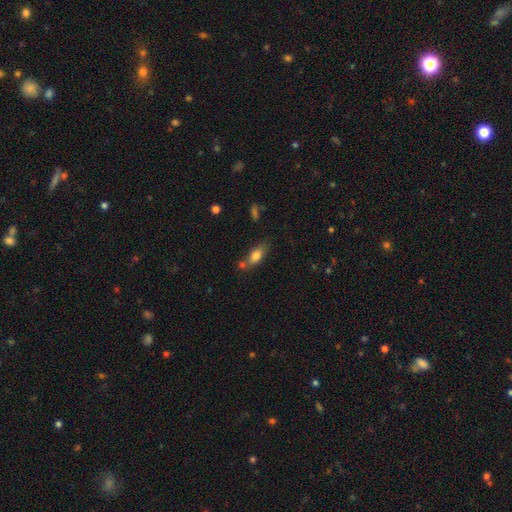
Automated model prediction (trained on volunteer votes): A smooth galaxy with no disk features (77%) that is in between round and cigar-shaped (78%).

Vote fractions:
- Smooth or featured? smooth: 77% / featured or disk: 15% / star or artifact: 8%
- How rounded? in between: 78% / cigar-shaped: 17% / round: 5%
- Merging? none: 57% / merger: 21% / minor disturbance: 17% / major disturbance: 5%